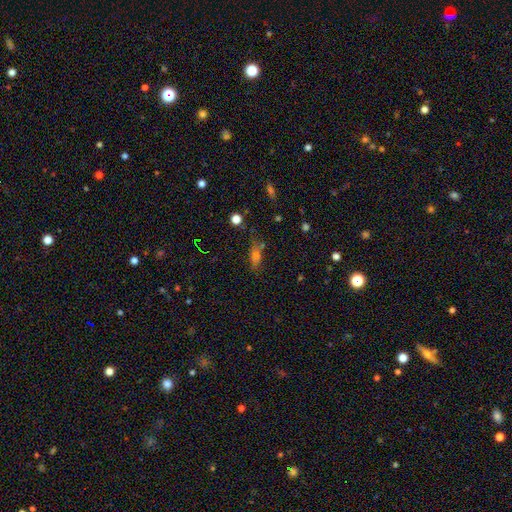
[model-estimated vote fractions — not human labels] A smooth galaxy with no disk features (59%) that is in between round and cigar-shaped (63%).

Vote fractions:
- Smooth or featured? smooth: 59% / star or artifact: 26% / featured or disk: 15%
- How rounded? in between: 63% / cigar-shaped: 27% / round: 10%
- Merging? none: 61% / minor disturbance: 21% / major disturbance: 11% / merger: 6%